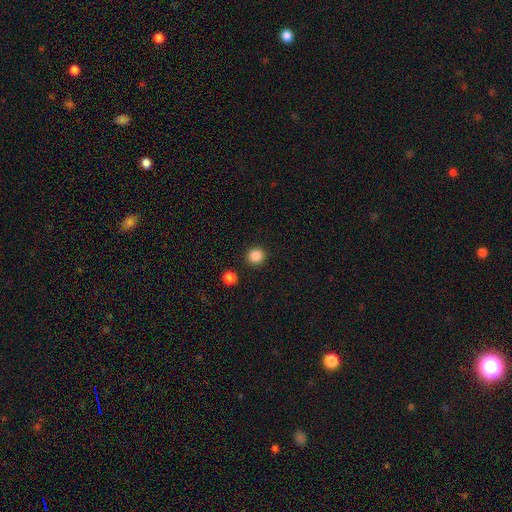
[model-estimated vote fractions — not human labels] A smooth galaxy with no disk features (86%) that is round (94%). Merging: none (92%).